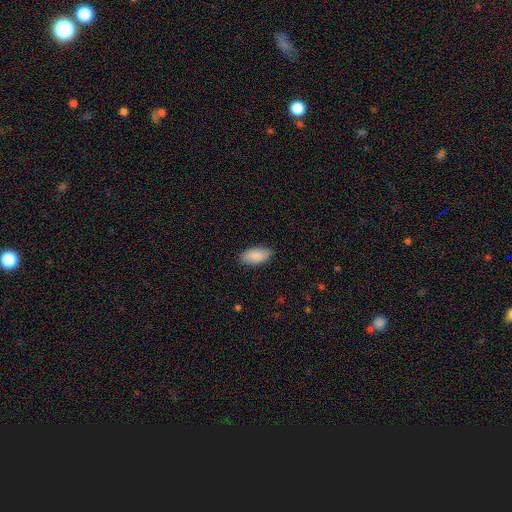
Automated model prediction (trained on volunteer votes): Smooth or featured: smooth — 89% (star or artifact — 6%)
How rounded: in between — 93% (cigar-shaped — 5%)
Merging: none — 86% (minor disturbance — 11%)